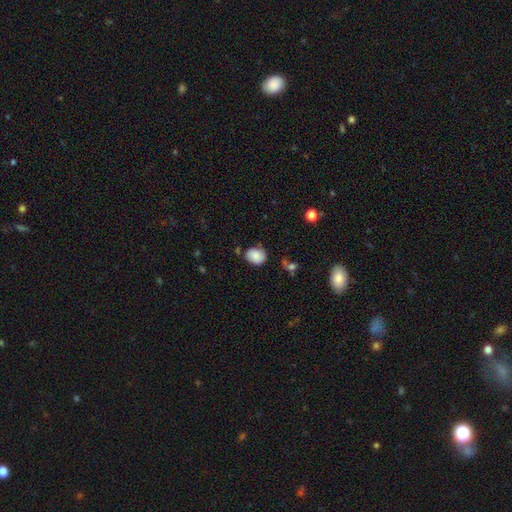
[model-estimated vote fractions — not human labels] The model was most divided on "how rounded": round: 54%, in between: 45%, cigar-shaped: 1%. More confident: smooth or featured — smooth (81%); merging — none (66%).